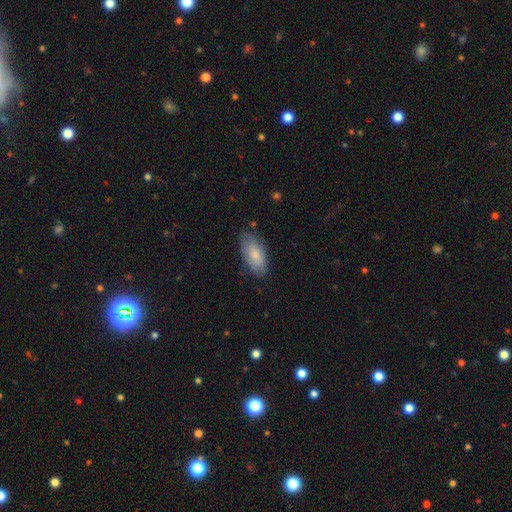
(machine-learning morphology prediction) Smooth or featured: smooth — 76% (featured or disk — 18%)
How rounded: in between — 91% (cigar-shaped — 7%)
Merging: none — 74% (minor disturbance — 20%)